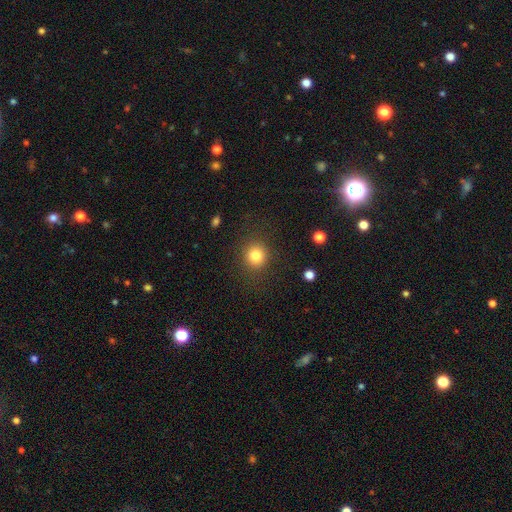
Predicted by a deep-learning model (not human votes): Smooth or featured? Predicted: smooth (p=0.82). How rounded? Predicted: round (p=0.89). Merging? Predicted: none (p=0.87).